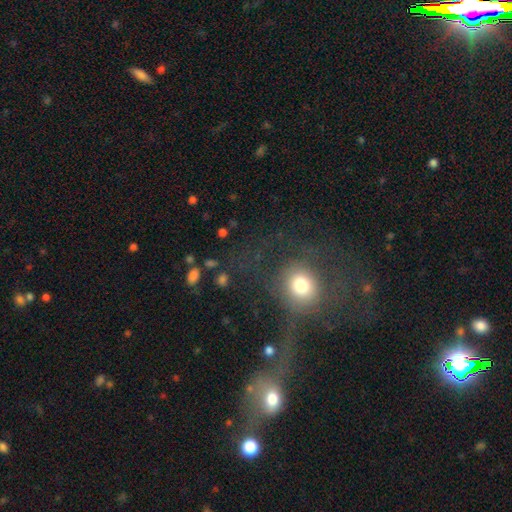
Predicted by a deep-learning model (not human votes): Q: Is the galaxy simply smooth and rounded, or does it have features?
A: smooth — 53%.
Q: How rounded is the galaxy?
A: round — 79%.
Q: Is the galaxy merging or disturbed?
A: none — 34%.